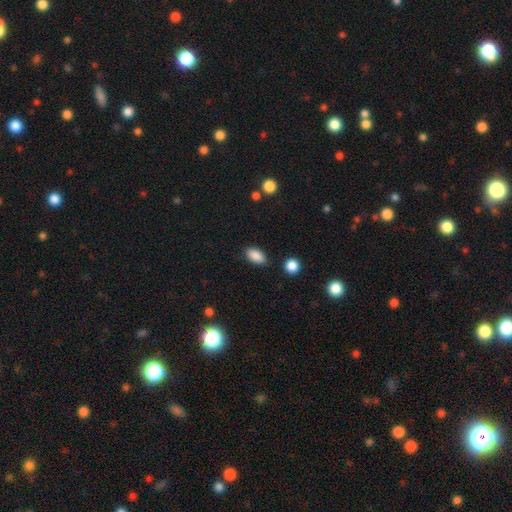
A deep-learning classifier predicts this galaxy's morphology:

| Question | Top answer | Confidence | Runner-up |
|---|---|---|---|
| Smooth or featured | smooth | 88% | star or artifact (8%) |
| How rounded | in between | 91% | round (6%) |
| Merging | none | 85% | minor disturbance (10%) |